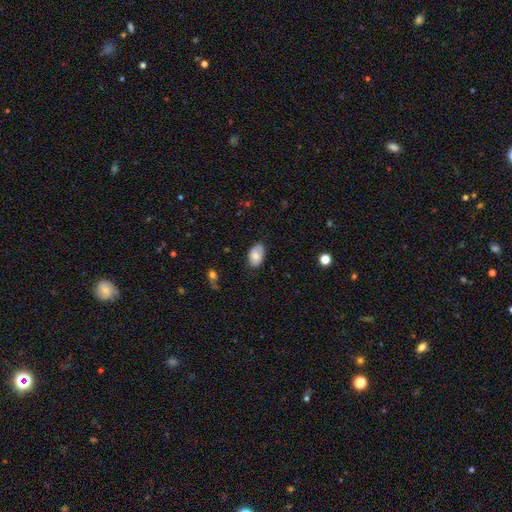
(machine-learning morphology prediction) Smooth or featured: smooth — 76% (featured or disk — 17%)
How rounded: in between — 90% (round — 9%)
Merging: none — 74% (minor disturbance — 21%)